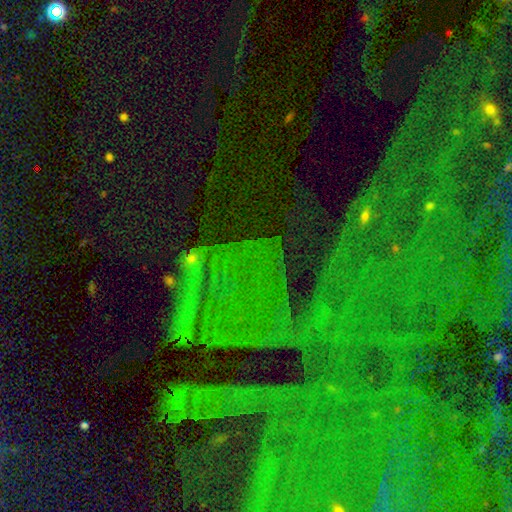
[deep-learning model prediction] Smooth or featured?
  - star or artifact: 79% *
  - featured or disk: 11%
  - smooth: 10%